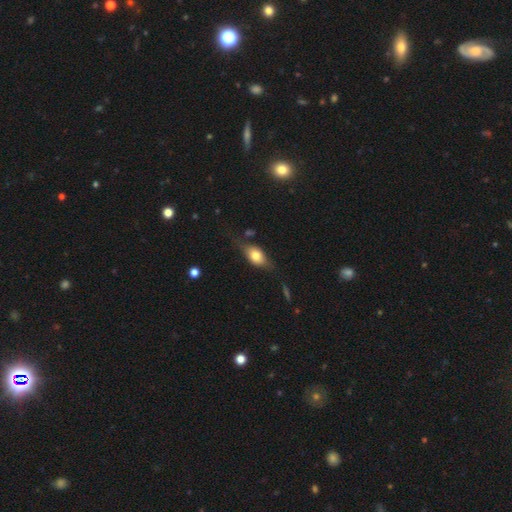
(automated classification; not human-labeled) A smooth galaxy with no disk features (65%) that is in between round and cigar-shaped (80%).

Vote fractions:
- Smooth or featured? smooth: 65% / featured or disk: 28% / star or artifact: 8%
- How rounded? in between: 80% / round: 12% / cigar-shaped: 8%
- Merging? none: 59% / minor disturbance: 26% / major disturbance: 11% / merger: 4%